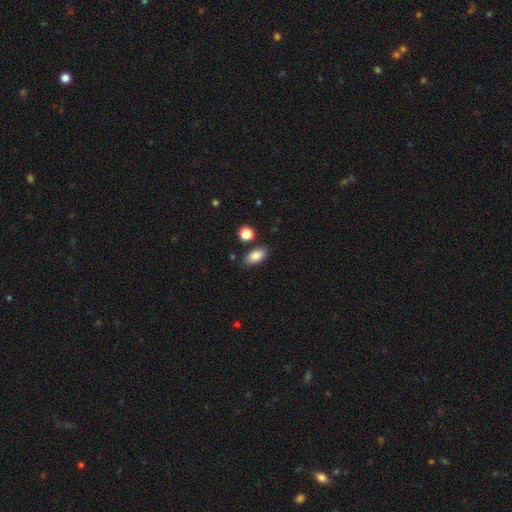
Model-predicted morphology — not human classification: Overall: smooth (86%). How rounded: in between (90%). Merging: none (80%).